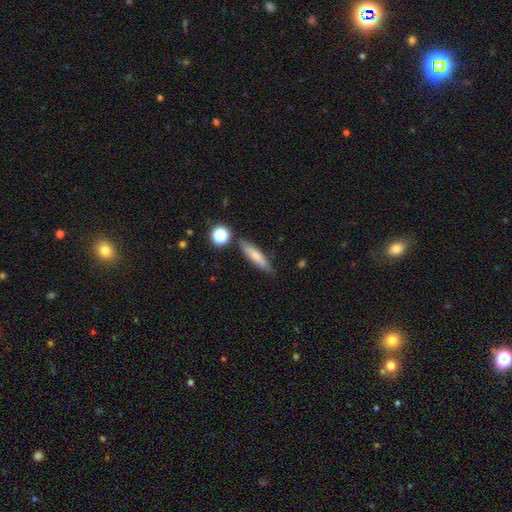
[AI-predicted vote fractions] smooth 74%, featured or disk 19%, star or artifact 8%. Down the decision tree: how rounded — cigar-shaped (74%); merging — none (80%).